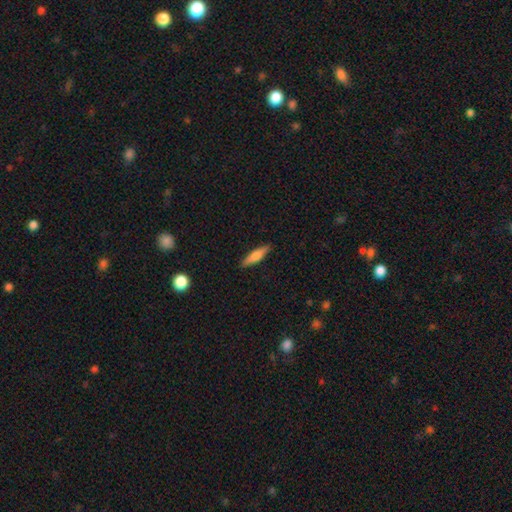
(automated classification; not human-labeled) A smooth galaxy with no disk features (65%) that is cigar-shaped (78%).

Vote fractions:
- Smooth or featured? smooth: 65% / featured or disk: 29% / star or artifact: 6%
- How rounded? cigar-shaped: 78% / in between: 20% / round: 2%
- Merging? none: 89% / minor disturbance: 8% / major disturbance: 2% / merger: 1%